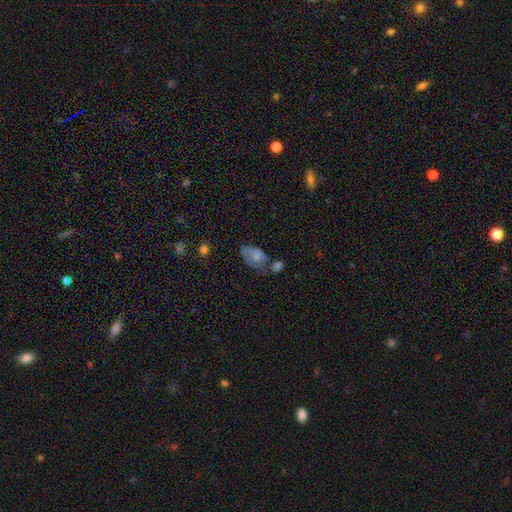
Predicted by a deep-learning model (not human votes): The model was most divided on "merging": none: 27%, merger: 26%, minor disturbance: 26%, major disturbance: 21%. More confident: how rounded — in between (88%); smooth or featured — smooth (66%).